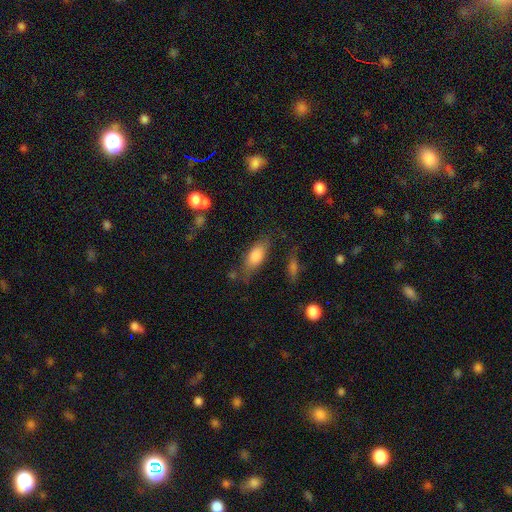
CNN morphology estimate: smooth 78%, featured or disk 14%, star or artifact 7%. Down the decision tree: how rounded — in between (77%); merging — none (68%).